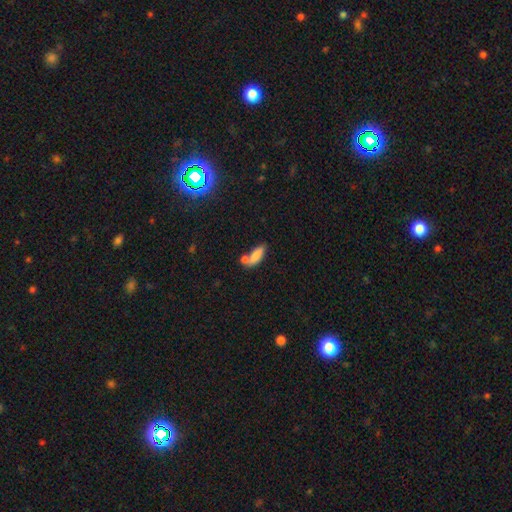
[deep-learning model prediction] smooth_or_featured: smooth (p=0.80) [alt: featured or disk p=0.11]
how_rounded: in between (p=0.66) [alt: cigar-shaped p=0.31]
merging: none (p=0.45) [alt: merger p=0.34]